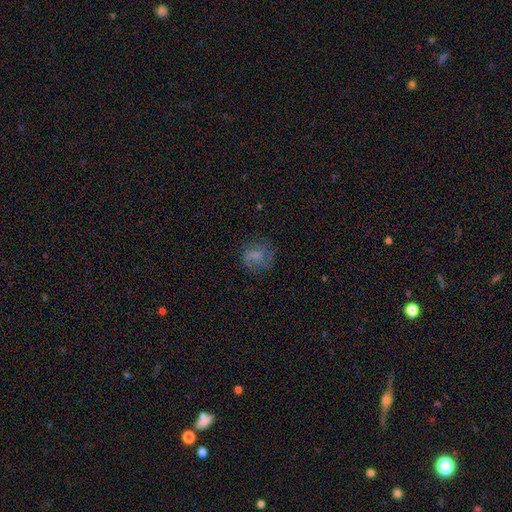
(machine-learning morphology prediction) A smooth galaxy with no disk features (52%) that is round (65%).

Vote fractions:
- Smooth or featured? smooth: 52% / featured or disk: 35% / star or artifact: 13%
- How rounded? round: 65% / in between: 34% / cigar-shaped: 1%
- Merging? none: 60% / minor disturbance: 21% / major disturbance: 18% / merger: 2%